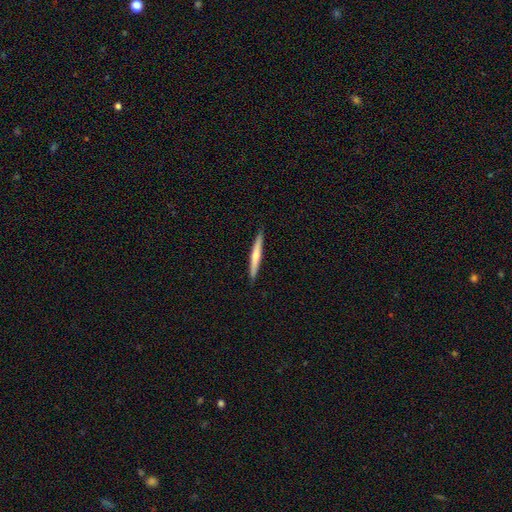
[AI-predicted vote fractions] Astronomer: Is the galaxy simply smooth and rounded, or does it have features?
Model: smooth — 50% (runner-up: featured or disk, 44%).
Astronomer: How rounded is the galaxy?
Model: cigar-shaped — 96%.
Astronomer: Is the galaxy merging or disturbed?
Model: none — 91%.